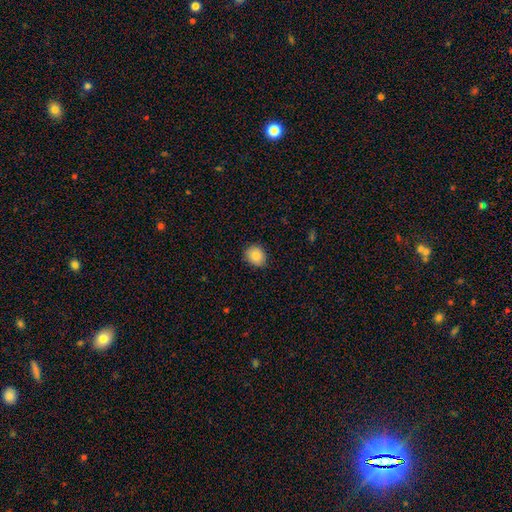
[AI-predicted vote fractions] Smooth or featured?
  - smooth: 85% *
  - star or artifact: 8%
  - featured or disk: 7%
How rounded?
  - round: 67% *
  - in between: 32%
  - cigar-shaped: 1%
Merging?
  - none: 83% *
  - minor disturbance: 13%
  - major disturbance: 2%
  - merger: 1%